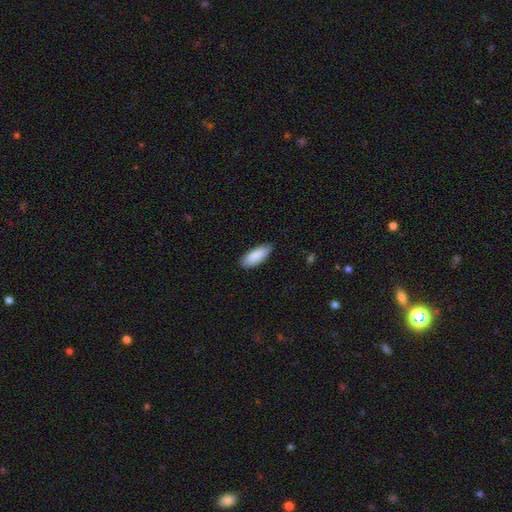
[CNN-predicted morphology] Smooth or featured? Predicted: smooth (p=0.89). How rounded? Predicted: in between (p=0.80). Merging? Predicted: none (p=0.86).